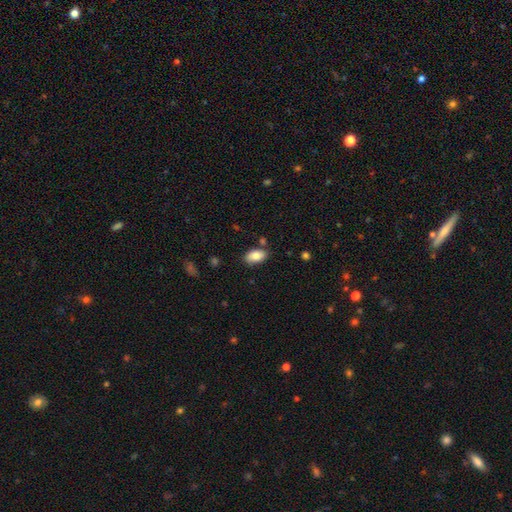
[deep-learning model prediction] A smooth galaxy with no disk features (84%) that is in between round and cigar-shaped (93%). Merging: none (80%).